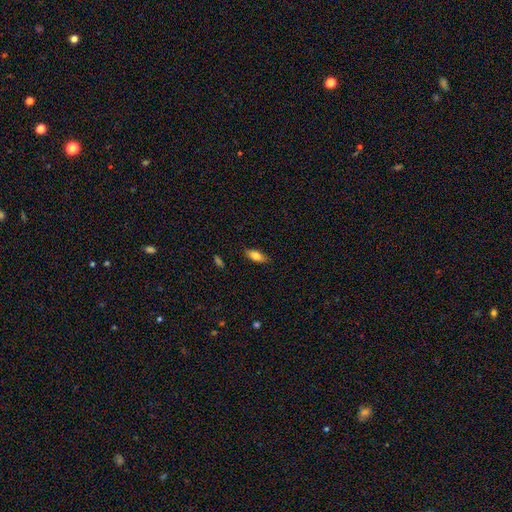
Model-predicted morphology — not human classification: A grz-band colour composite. It shows a smooth galaxy with no disk features (78%) that is in between round and cigar-shaped (81%). Merging: none (85%).